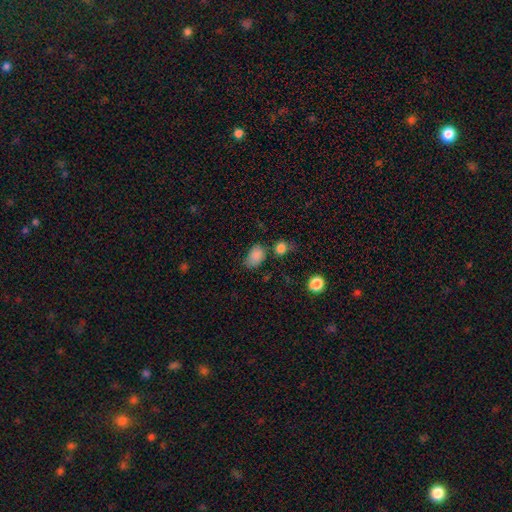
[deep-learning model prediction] A smooth galaxy with no disk features (82%) that is in between round and cigar-shaped (77%).

Vote fractions:
- Smooth or featured? smooth: 82% / star or artifact: 12% / featured or disk: 6%
- How rounded? in between: 77% / round: 22% / cigar-shaped: 1%
- Merging? none: 53% / minor disturbance: 29% / major disturbance: 9% / merger: 9%